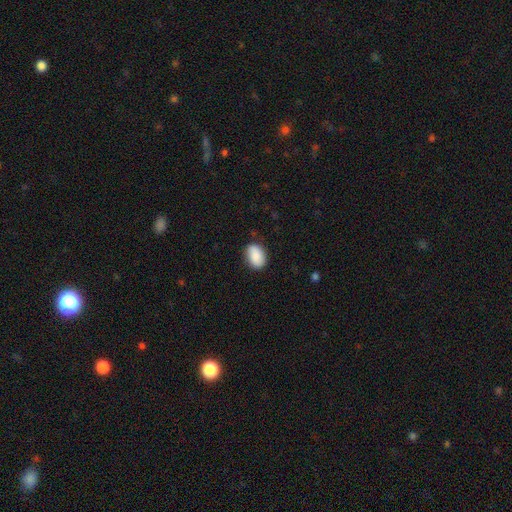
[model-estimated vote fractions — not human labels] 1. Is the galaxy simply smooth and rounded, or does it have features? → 86% smooth, 8% featured or disk, 7% star or artifact.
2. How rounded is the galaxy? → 83% in between, 16% round, 1% cigar-shaped.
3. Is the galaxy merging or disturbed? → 82% none, 14% minor disturbance, 3% major disturbance, 1% merger.